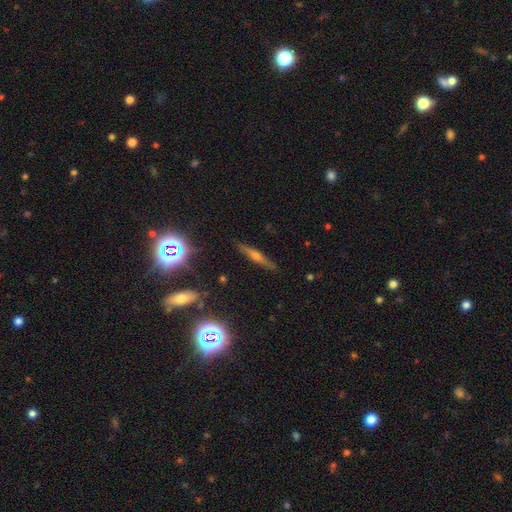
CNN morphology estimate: A featured or disk galaxy (57%) viewed edge-on (94%) with a rounded central bulge (80%).

Vote fractions:
- Smooth or featured? featured or disk: 57% / smooth: 28% / star or artifact: 15%
- Edge-on disk? yes: 94% / no: 6%
- Edge-on bulge? rounded: 80% / none: 11% / boxy: 9%
- Merging? none: 87% / minor disturbance: 10% / major disturbance: 2% / merger: 2%